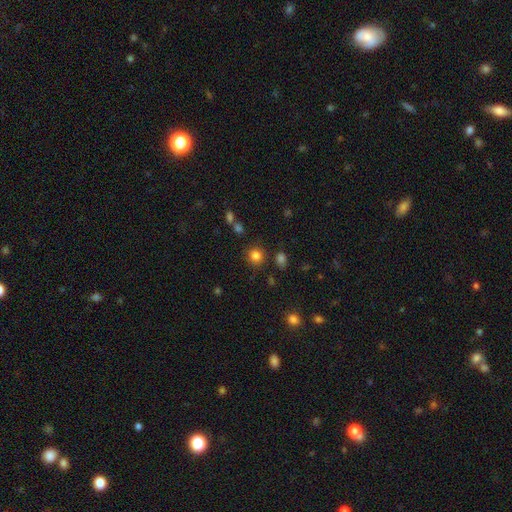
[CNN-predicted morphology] Q: Smooth or featured?
A: smooth (82%); runner-up: star or artifact (13%)
Q: How rounded?
A: round (89%); runner-up: in between (10%)
Q: Merging?
A: none (84%); runner-up: minor disturbance (9%)